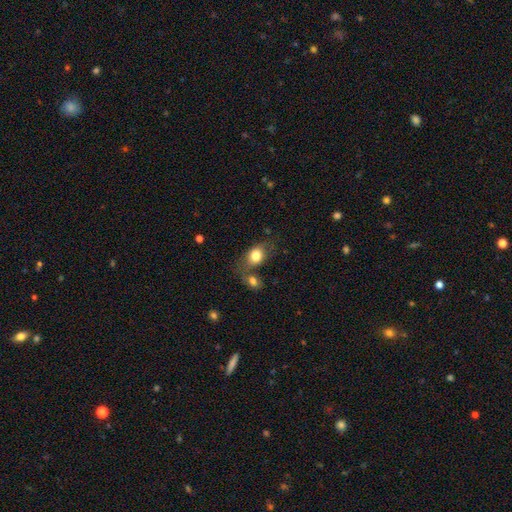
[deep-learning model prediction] A smooth galaxy with no disk features (80%) that is in between round and cigar-shaped (70%). Merging: none (53%).